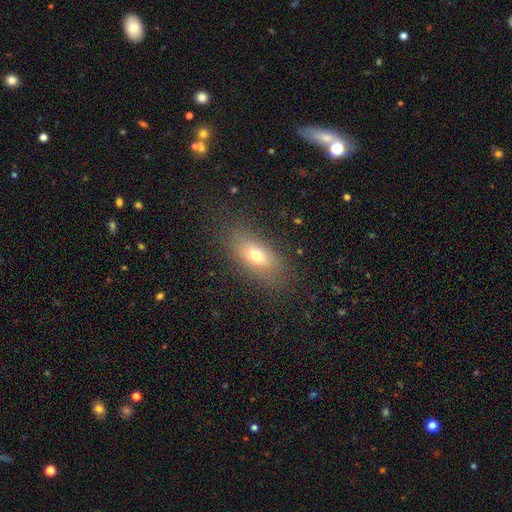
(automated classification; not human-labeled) Smooth or featured? Predicted: smooth (p=0.68). How rounded? Predicted: in between (p=0.80). Merging? Predicted: none (p=0.79).